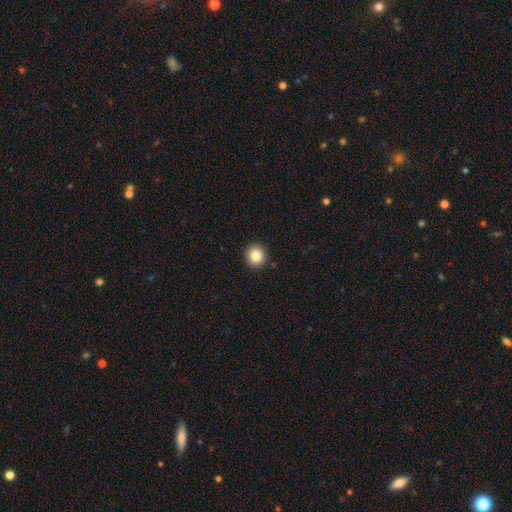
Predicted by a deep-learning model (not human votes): A smooth galaxy with no disk features (85%) that is round (89%). Merging: none (92%).